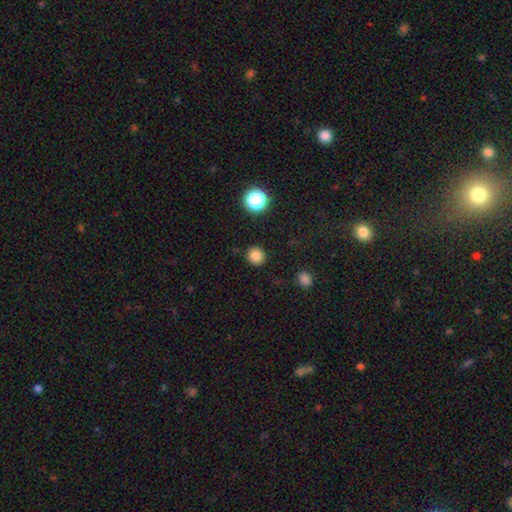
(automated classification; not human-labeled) Smooth or featured?
  - smooth: 82% *
  - star or artifact: 12%
  - featured or disk: 5%
How rounded?
  - round: 88% *
  - in between: 11%
  - cigar-shaped: 1%
Merging?
  - none: 90% *
  - minor disturbance: 7%
  - major disturbance: 2%
  - merger: 2%